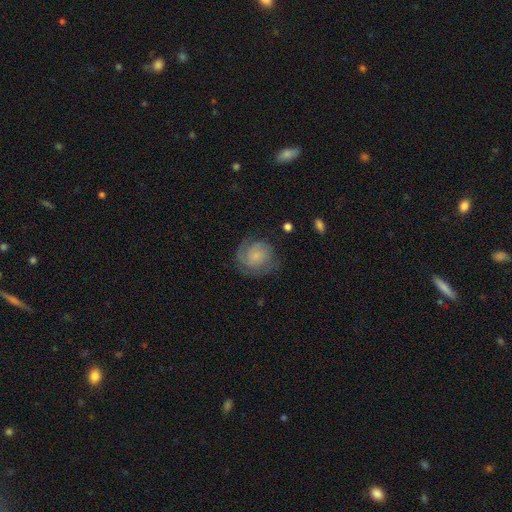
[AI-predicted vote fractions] Morphology: type=featured or disk (67%); edge-on=no (98%); bar=no (65%); spiral arms=yes (93%); winding=tight (57%); arm count=2 (39%); bulge=small (51%); merging=none (71%).